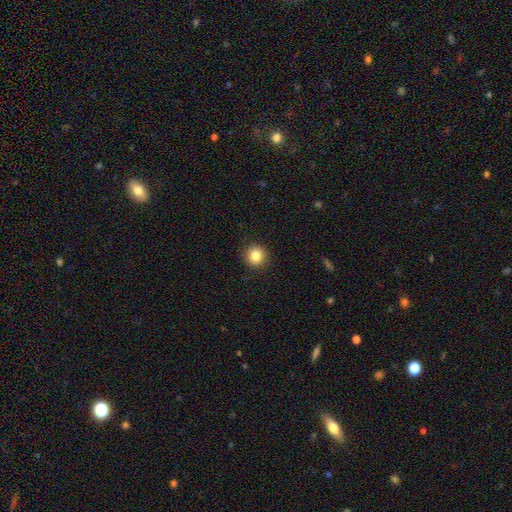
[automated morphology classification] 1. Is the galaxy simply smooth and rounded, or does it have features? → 84% smooth, 10% star or artifact, 5% featured or disk.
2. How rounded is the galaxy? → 93% round, 6% in between, 1% cigar-shaped.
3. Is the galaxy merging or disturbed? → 92% none, 5% minor disturbance, 2% major disturbance, 1% merger.